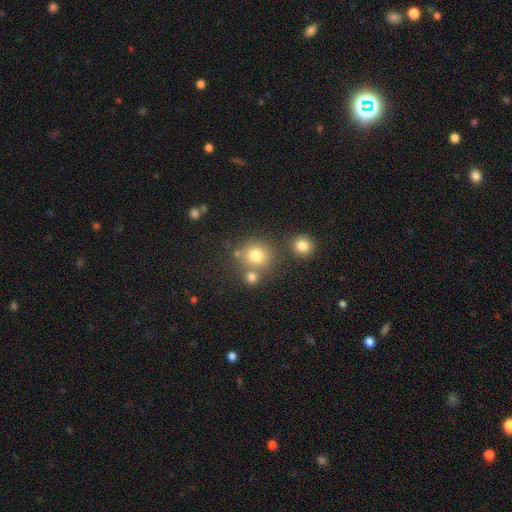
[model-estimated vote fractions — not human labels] The model was most divided on "merging": none: 68%, merger: 18%, minor disturbance: 9%, major disturbance: 4%. More confident: how rounded — round (86%); smooth or featured — smooth (75%).